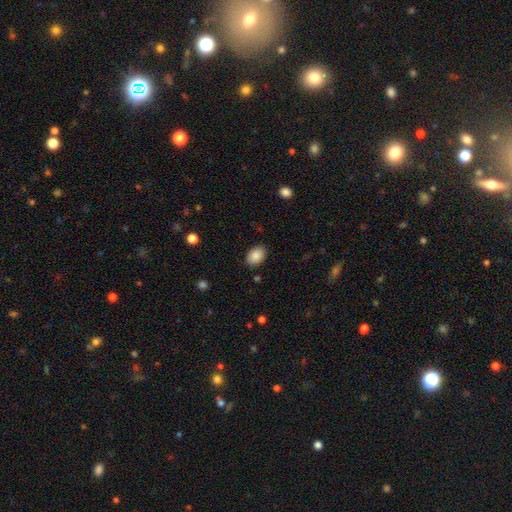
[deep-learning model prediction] Morphology: type=smooth (88%); roundness=in between (84%); merging=none (87%).